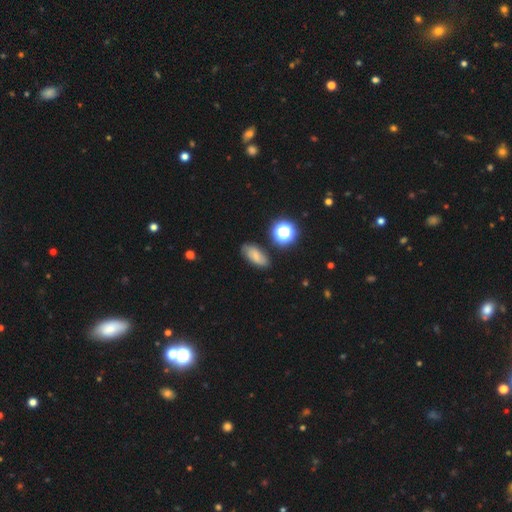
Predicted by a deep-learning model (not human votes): Smooth or featured? Predicted: smooth (p=0.58). How rounded? Predicted: in between (p=0.82). Merging? Predicted: none (p=0.78).